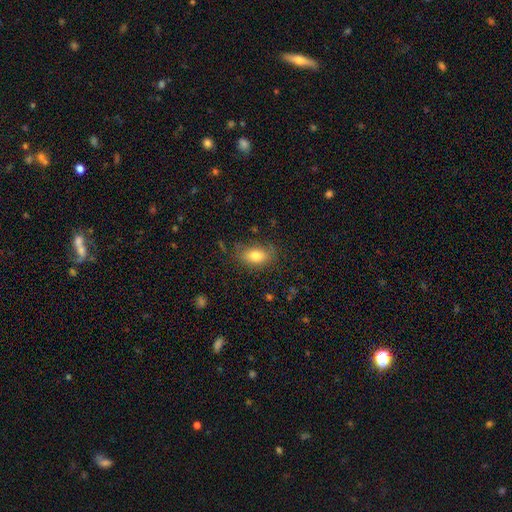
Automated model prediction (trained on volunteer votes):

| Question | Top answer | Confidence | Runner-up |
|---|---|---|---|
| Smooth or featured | smooth | 80% | featured or disk (11%) |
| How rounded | in between | 87% | round (10%) |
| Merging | none | 75% | minor disturbance (18%) |